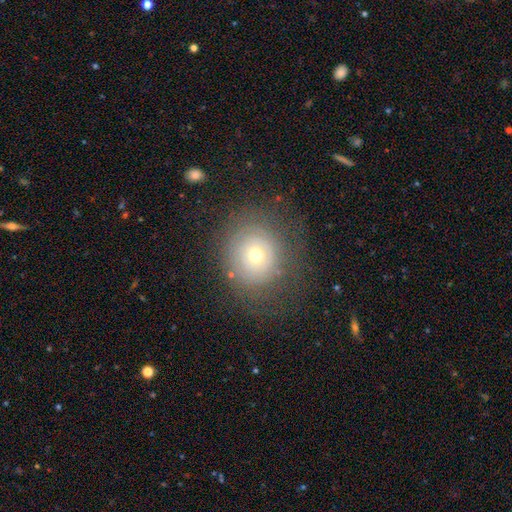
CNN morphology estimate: smooth_or_featured: smooth (p=0.55) [alt: featured or disk p=0.29]
how_rounded: round (p=0.81) [alt: in between p=0.18]
merging: none (p=0.76) [alt: minor disturbance p=0.14]